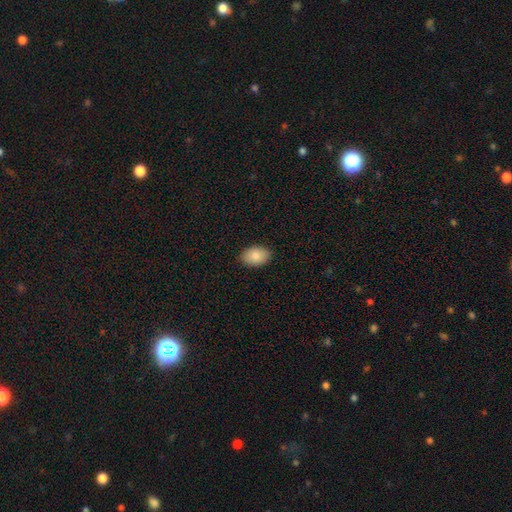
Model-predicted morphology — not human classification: Smooth or featured? Predicted: smooth (p=0.86). How rounded? Predicted: in between (p=0.89). Merging? Predicted: none (p=0.89).